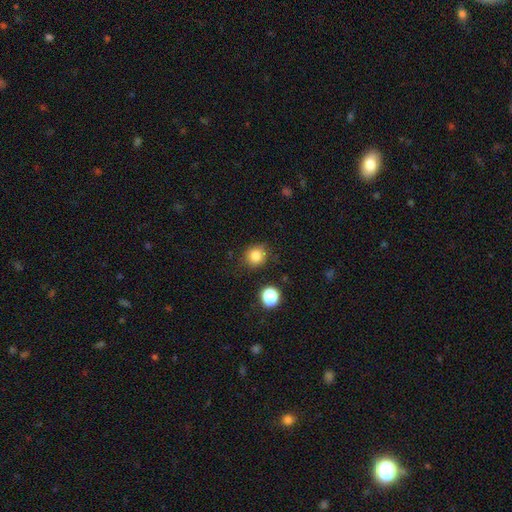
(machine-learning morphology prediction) This is clearly a smooth galaxy (82%). How rounded: clearly round (87%). Merging: clearly none (82%).